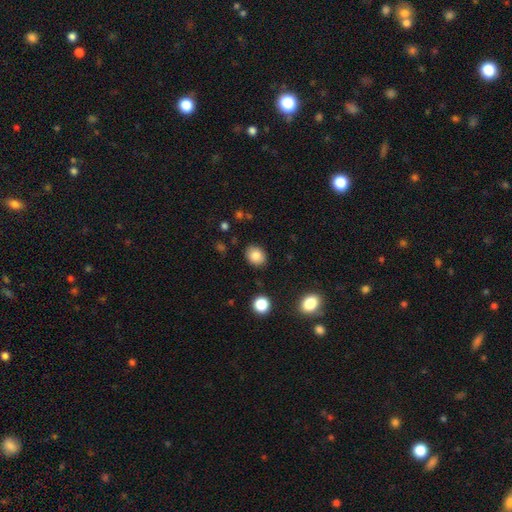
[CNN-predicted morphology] A smooth galaxy with no disk features (84%) that is in between round and cigar-shaped (53%).

Vote fractions:
- Smooth or featured? smooth: 84% / star or artifact: 9% / featured or disk: 6%
- How rounded? in between: 53% / round: 46% / cigar-shaped: 1%
- Merging? none: 86% / minor disturbance: 10% / major disturbance: 3% / merger: 2%